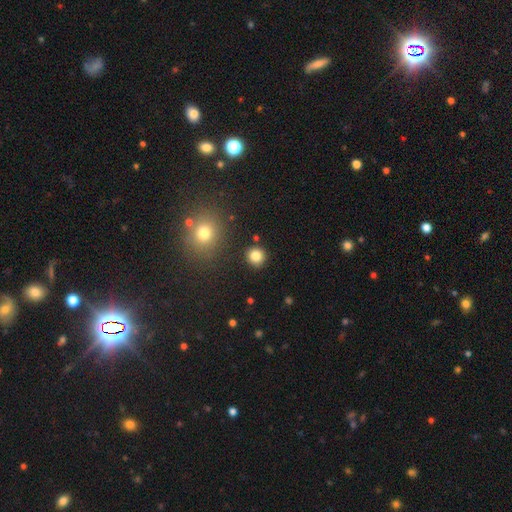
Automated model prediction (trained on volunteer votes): A smooth galaxy with no disk features (83%) that is round (92%). Merging: none (89%).